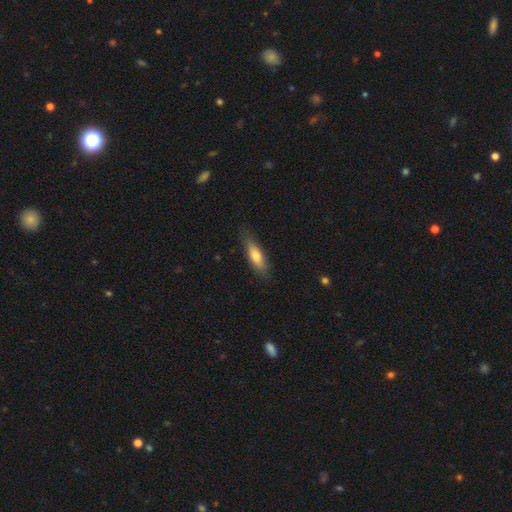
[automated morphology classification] Q: Smooth or featured?
A: smooth (73%); runner-up: featured or disk (20%)
Q: How rounded?
A: in between (51%); runner-up: cigar-shaped (47%)
Q: Merging?
A: none (77%); runner-up: minor disturbance (18%)